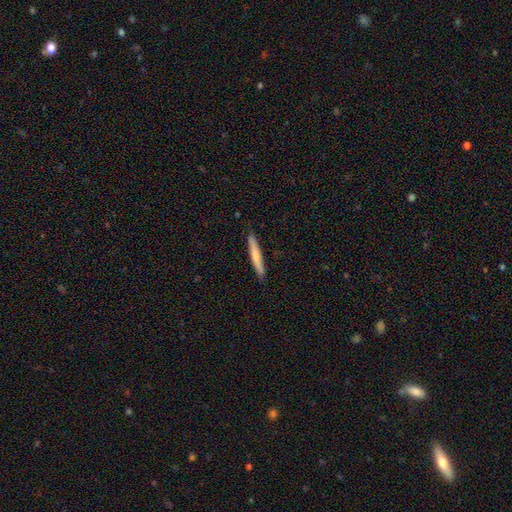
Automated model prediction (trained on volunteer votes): Smooth or featured?
  - smooth: 61% *
  - featured or disk: 33%
  - star or artifact: 5%
How rounded?
  - cigar-shaped: 95% *
  - in between: 4%
  - round: 1%
Merging?
  - none: 89% *
  - minor disturbance: 8%
  - major disturbance: 1%
  - merger: 1%